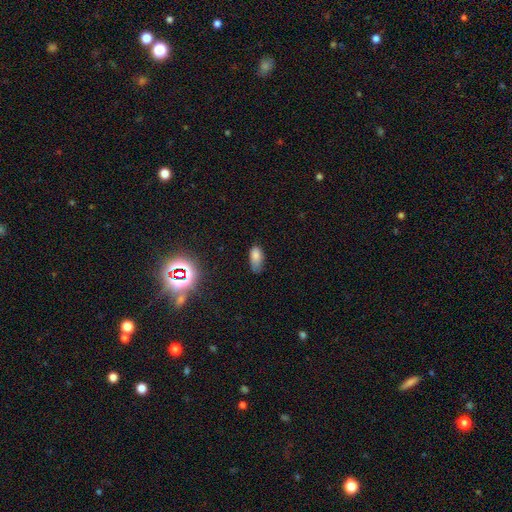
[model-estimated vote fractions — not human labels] Smooth or featured?
  - smooth: 78% *
  - star or artifact: 13%
  - featured or disk: 9%
How rounded?
  - in between: 89% *
  - cigar-shaped: 7%
  - round: 4%
Merging?
  - none: 45% *
  - minor disturbance: 39%
  - major disturbance: 13%
  - merger: 3%